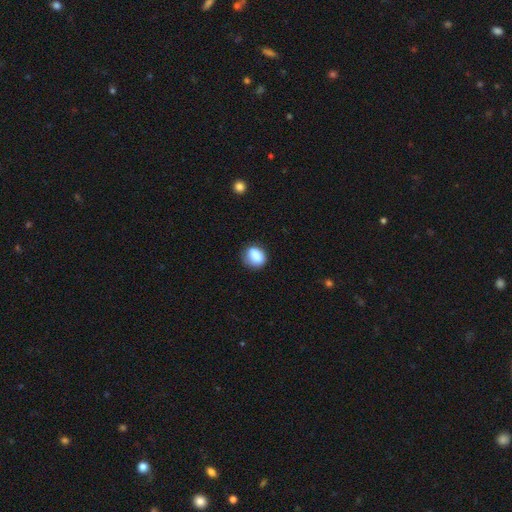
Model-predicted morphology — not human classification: A smooth galaxy with no disk features (84%) that is in between round and cigar-shaped (58%).

Vote fractions:
- Smooth or featured? smooth: 84% / star or artifact: 8% / featured or disk: 7%
- How rounded? in between: 58% / round: 40% / cigar-shaped: 2%
- Merging? none: 73% / minor disturbance: 20% / major disturbance: 5% / merger: 2%